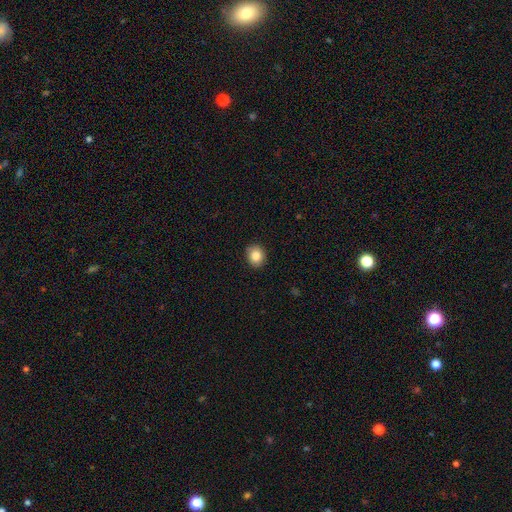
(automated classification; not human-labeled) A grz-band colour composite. It shows a smooth galaxy with no disk features (84%) that is round (71%). Merging: none (90%).